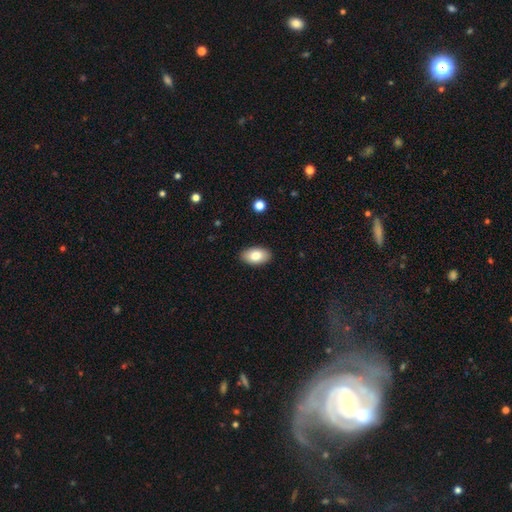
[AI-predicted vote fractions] Overall: smooth (82%). How rounded: in between (94%). Merging: none (89%).